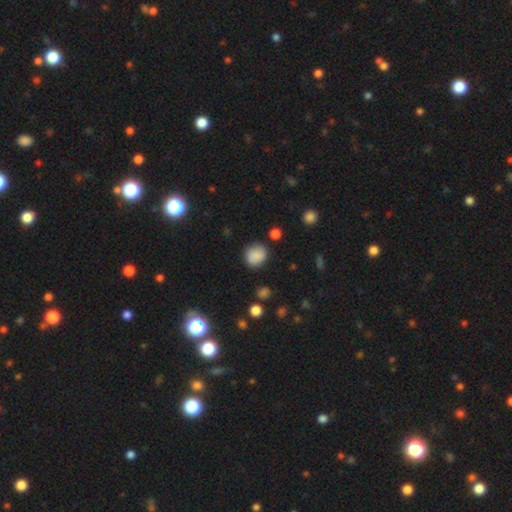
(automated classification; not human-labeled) A smooth galaxy with no disk features (85%) that is round (75%). Merging: none (80%).